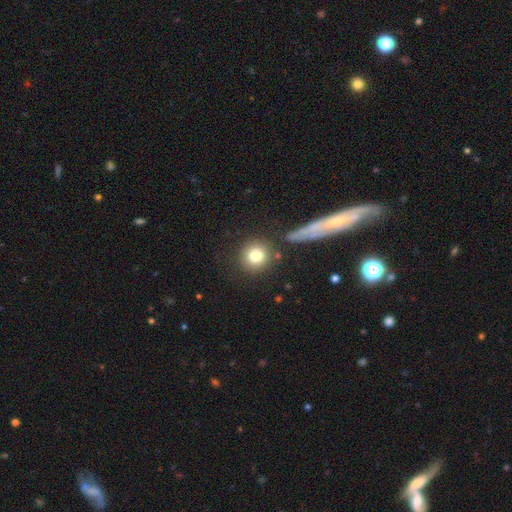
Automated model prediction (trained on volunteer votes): Q: Smooth or featured?
A: smooth (80%); runner-up: featured or disk (10%)
Q: How rounded?
A: round (92%); runner-up: in between (6%)
Q: Merging?
A: none (81%); runner-up: minor disturbance (9%)